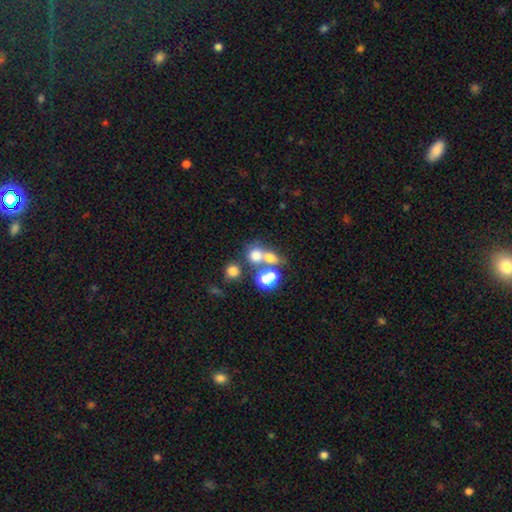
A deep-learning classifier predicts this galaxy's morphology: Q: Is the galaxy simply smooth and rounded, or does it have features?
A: smooth — 66%.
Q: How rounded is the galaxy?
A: round — 72%.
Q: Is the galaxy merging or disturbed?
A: merger — 44%.